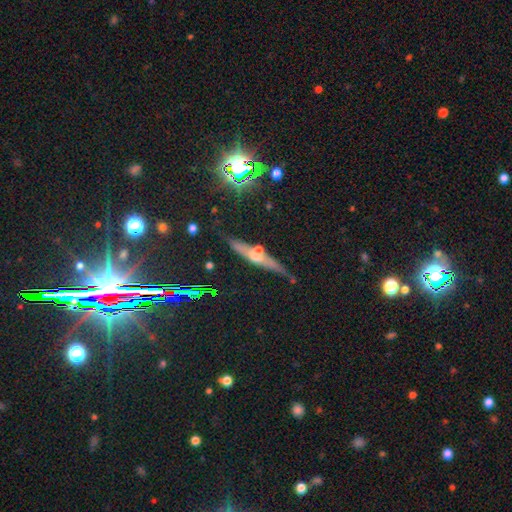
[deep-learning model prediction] The model was most divided on "smooth or featured": featured or disk: 52%, smooth: 32%, star or artifact: 16%. More confident: edge-on disk — yes (86%); merging — none (67%).